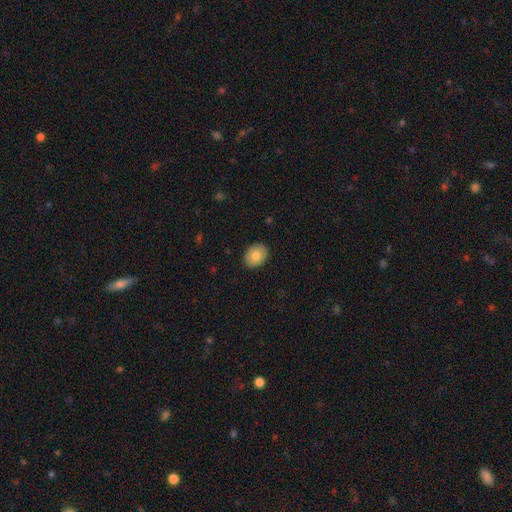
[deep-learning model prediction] Q: Smooth or featured?
A: smooth (80%); runner-up: featured or disk (13%)
Q: How rounded?
A: in between (59%); runner-up: round (40%)
Q: Merging?
A: none (90%); runner-up: minor disturbance (7%)